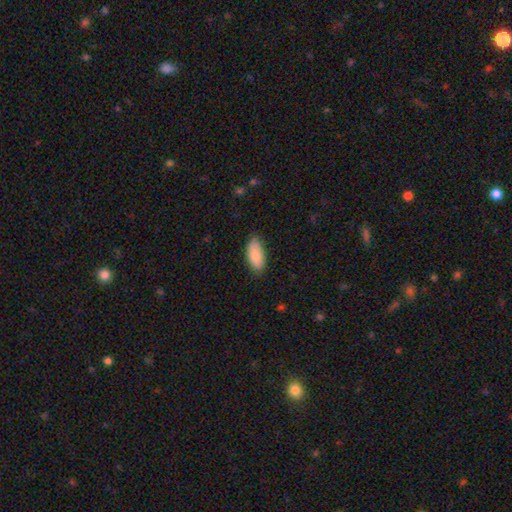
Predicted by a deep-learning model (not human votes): A smooth galaxy with no disk features (79%) that is in between round and cigar-shaped (88%). Merging: none (79%).